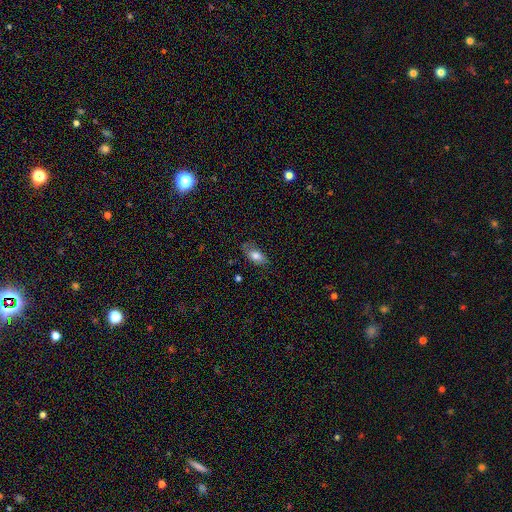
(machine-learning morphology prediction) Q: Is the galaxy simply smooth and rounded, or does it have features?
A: smooth — 77%.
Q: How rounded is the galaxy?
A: in between — 90%.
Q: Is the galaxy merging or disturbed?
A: none — 68%.